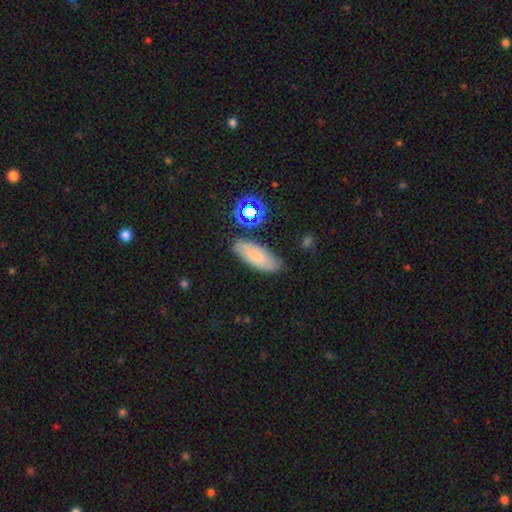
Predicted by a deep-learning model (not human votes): Smooth or featured? Predicted: smooth (p=0.74). How rounded? Predicted: in between (p=0.77). Merging? Predicted: none (p=0.80).